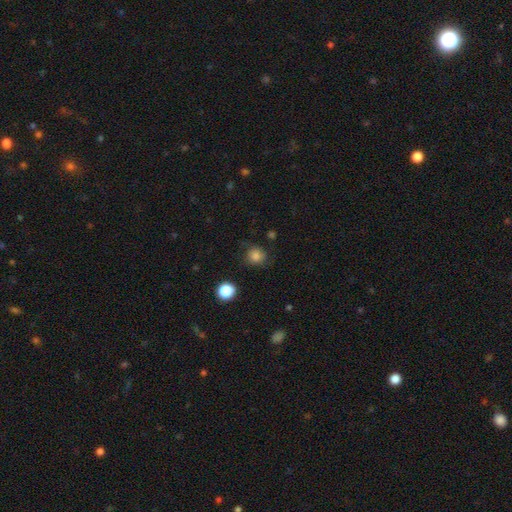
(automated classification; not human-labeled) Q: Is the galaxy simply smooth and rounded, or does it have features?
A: smooth — 82%.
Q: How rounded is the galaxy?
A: round — 84%.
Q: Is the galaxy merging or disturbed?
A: none — 75%.